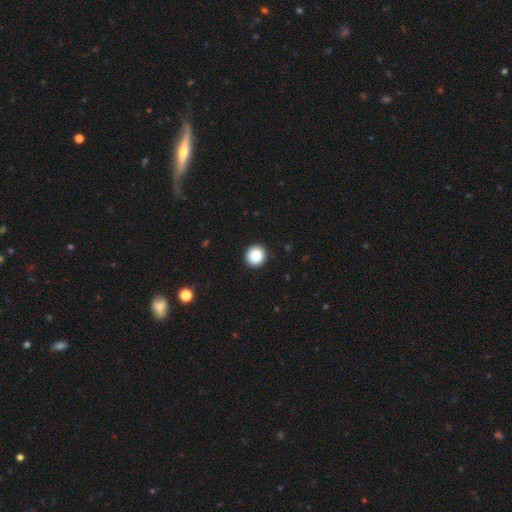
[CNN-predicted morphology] smooth-or-featured: smooth: 86% | star or artifact: 9% | featured or disk: 4%
  how-rounded: round: 95% | in between: 4% | cigar-shaped: 1%
  merging: none: 93% | minor disturbance: 4% | major disturbance: 1% | merger: 1%